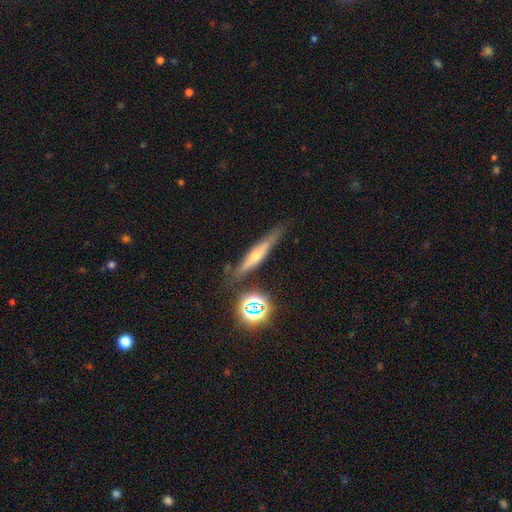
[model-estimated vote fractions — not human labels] A featured or disk galaxy (57%) viewed edge-on (90%) with a rounded central bulge (77%).

Vote fractions:
- Smooth or featured? featured or disk: 57% / smooth: 27% / star or artifact: 17%
- Edge-on disk? yes: 90% / no: 10%
- Edge-on bulge? rounded: 77% / none: 17% / boxy: 6%
- Merging? none: 81% / minor disturbance: 12% / merger: 4% / major disturbance: 3%